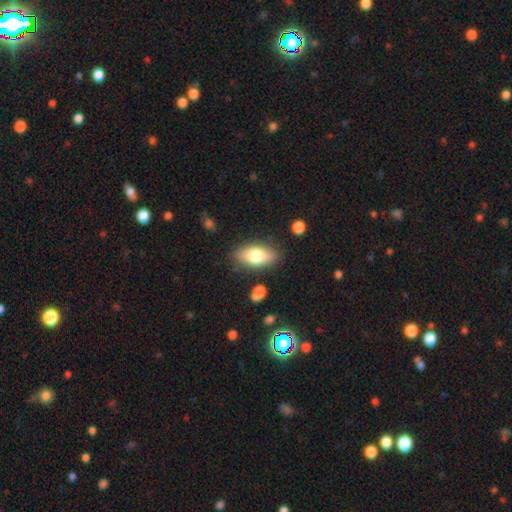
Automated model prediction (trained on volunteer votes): Smooth or featured? smooth (75%)
How rounded? in between (88%)
Merging? none (82%)